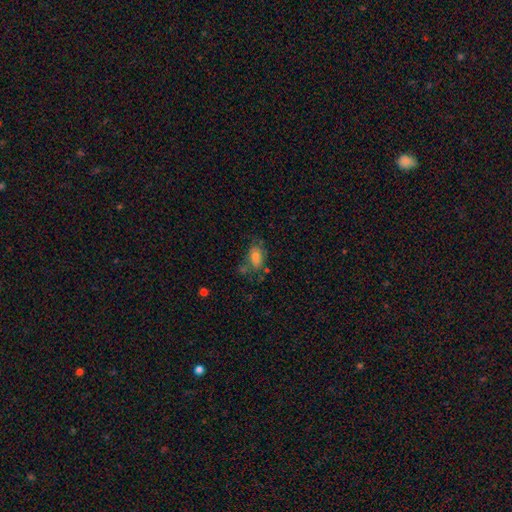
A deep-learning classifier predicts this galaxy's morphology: This appears to be a smooth galaxy with no disk features (73%) that is in between round and cigar-shaped (87%). Merging: none (51%).